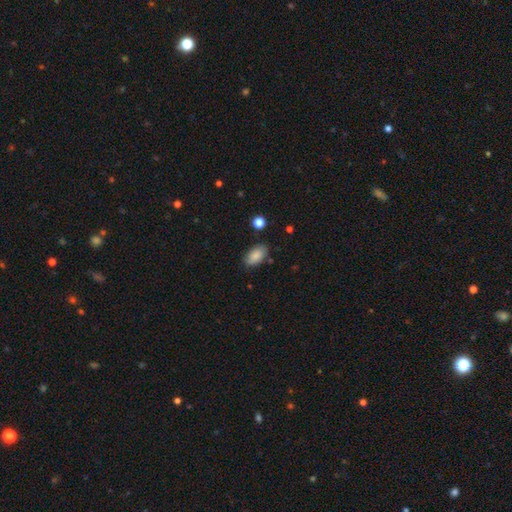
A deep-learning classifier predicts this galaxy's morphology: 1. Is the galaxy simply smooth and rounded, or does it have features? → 85% smooth, 7% star or artifact, 7% featured or disk.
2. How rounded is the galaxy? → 93% in between, 4% round, 3% cigar-shaped.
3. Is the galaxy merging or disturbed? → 80% none, 14% minor disturbance, 3% major disturbance, 2% merger.